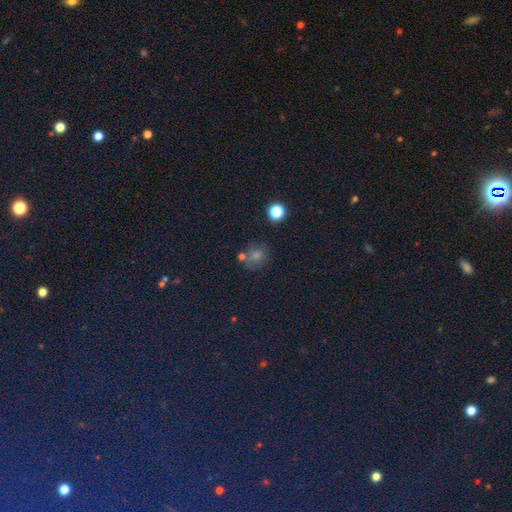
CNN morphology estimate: Q: Smooth or featured?
A: smooth (64%); runner-up: star or artifact (25%)
Q: How rounded?
A: round (77%); runner-up: in between (22%)
Q: Merging?
A: none (62%); runner-up: minor disturbance (17%)